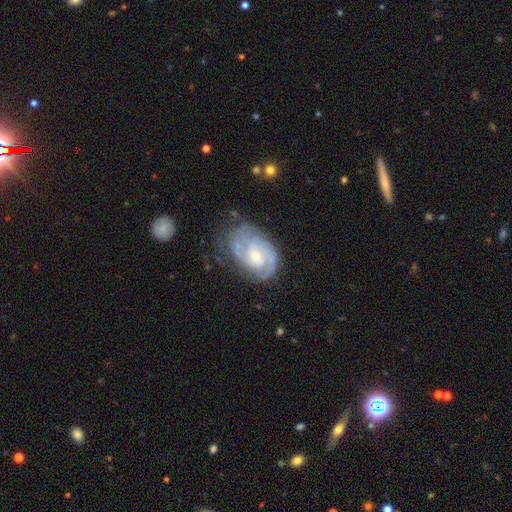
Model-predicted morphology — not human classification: featured or disk 84%, smooth 10%, star or artifact 5%. Down the decision tree: edge-on disk — no (97%); bar — no (59%); spiral arms — yes (95%); spiral arm count — 2 (51%); spiral winding — tight (59%); bulge size — small (60%); merging — none (59%).